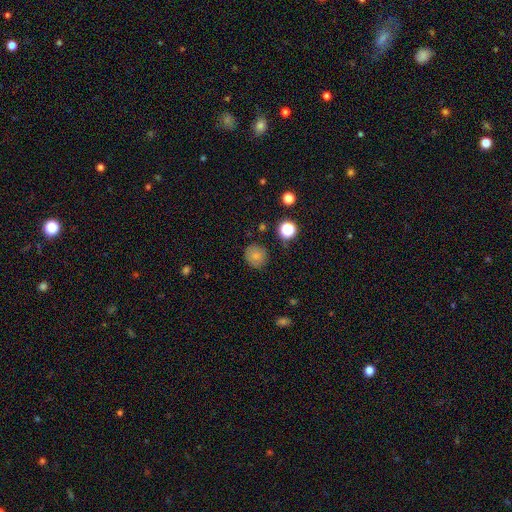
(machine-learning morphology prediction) smooth_or_featured: smooth (p=0.79) [alt: star or artifact p=0.13]
how_rounded: round (p=0.90) [alt: in between p=0.09]
merging: none (p=0.84) [alt: minor disturbance p=0.11]